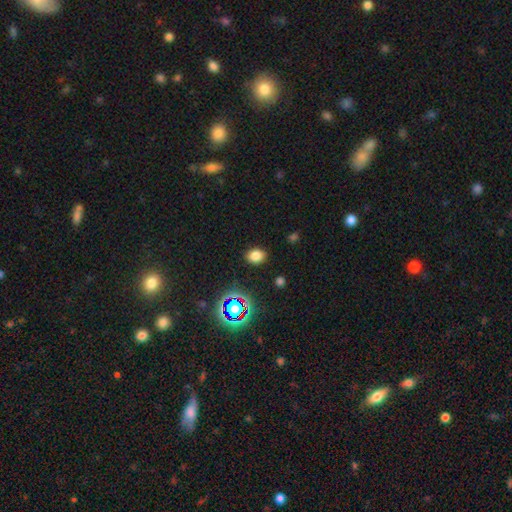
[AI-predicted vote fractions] Morphology: type=smooth (78%); roundness=in between (56%); merging=none (87%).